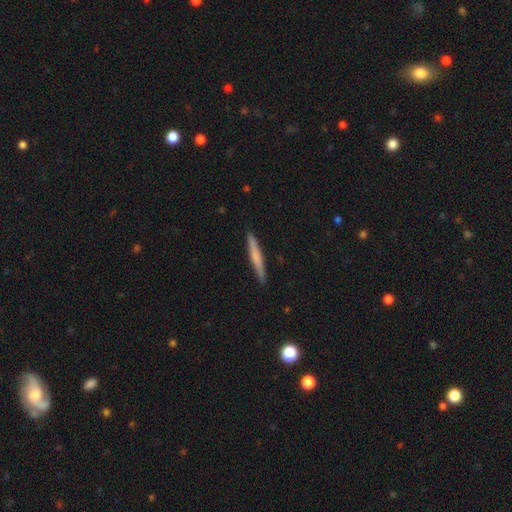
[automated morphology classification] Q: Smooth or featured?
A: smooth (56%); runner-up: featured or disk (39%)
Q: How rounded?
A: cigar-shaped (96%); runner-up: in between (3%)
Q: Merging?
A: none (91%); runner-up: minor disturbance (7%)